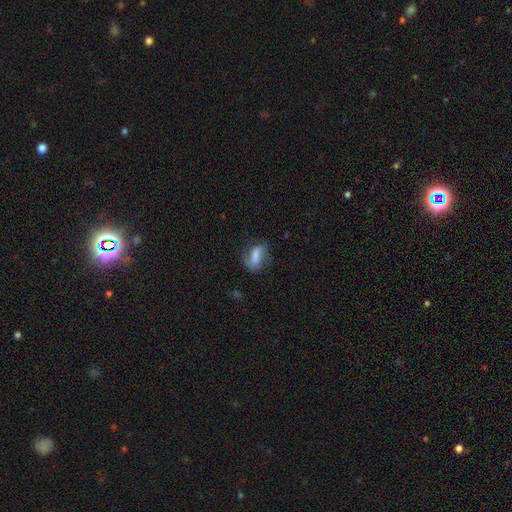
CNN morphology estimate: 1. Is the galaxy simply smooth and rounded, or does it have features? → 46% featured or disk, 45% smooth, 9% star or artifact.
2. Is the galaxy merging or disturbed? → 60% none, 23% minor disturbance, 14% major disturbance, 2% merger.